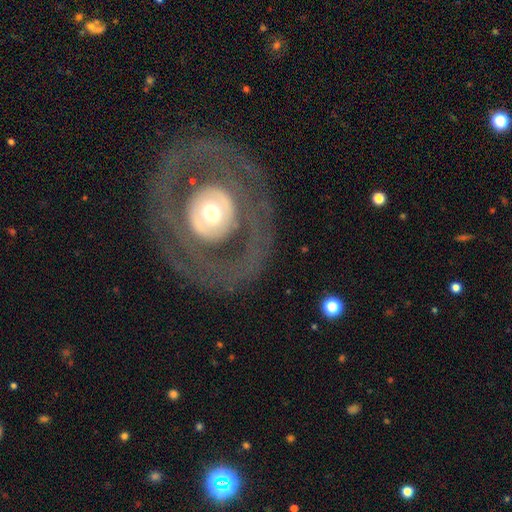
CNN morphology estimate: Overall: featured or disk (69%). Edge-on disk: no (95%). Bar: no (80%). Spiral arms: no (72%). Bulge size: moderate (58%; large 25%). Merging: none (80%).